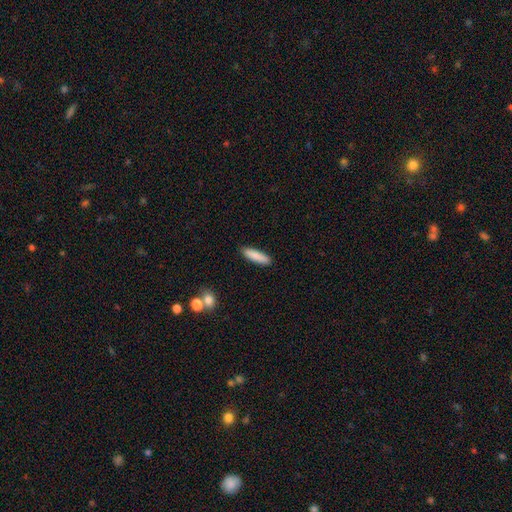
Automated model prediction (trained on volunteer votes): Q: Smooth or featured?
A: smooth (86%); runner-up: featured or disk (7%)
Q: How rounded?
A: cigar-shaped (72%); runner-up: in between (27%)
Q: Merging?
A: none (90%); runner-up: minor disturbance (7%)